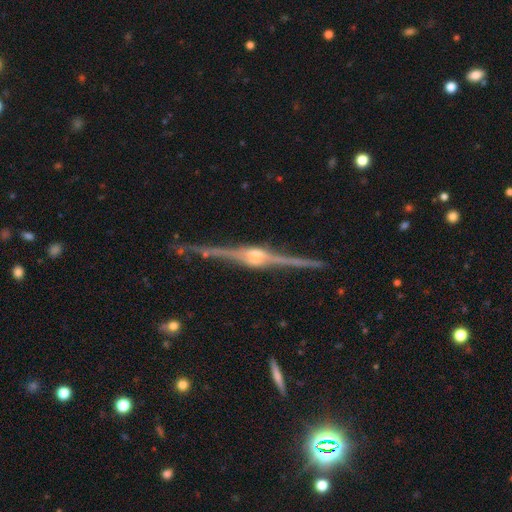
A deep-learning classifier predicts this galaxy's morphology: Q: Smooth or featured?
A: featured or disk (91%); runner-up: star or artifact (5%)
Q: Edge-on disk?
A: yes (98%); runner-up: no (2%)
Q: Edge-on bulge?
A: rounded (86%); runner-up: boxy (11%)
Q: Merging?
A: none (87%); runner-up: minor disturbance (10%)